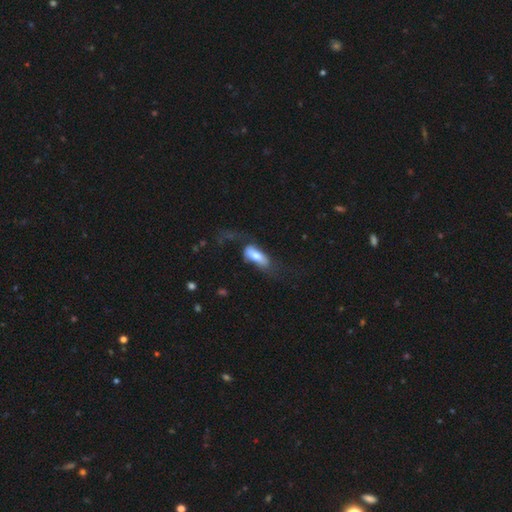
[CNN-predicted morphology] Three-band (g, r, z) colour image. It shows a smooth galaxy with no disk features (64%) that is in between round and cigar-shaped (79%). Merging: major disturbance (45%).